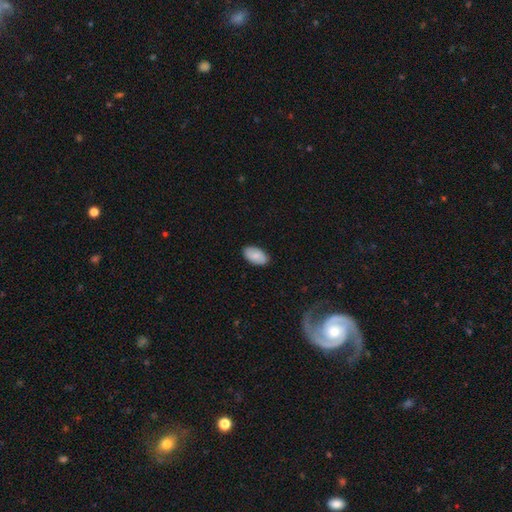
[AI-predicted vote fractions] A smooth galaxy with no disk features (83%) that is in between round and cigar-shaped (95%).

Vote fractions:
- Smooth or featured? smooth: 83% / featured or disk: 11% / star or artifact: 6%
- How rounded? in between: 95% / round: 3% / cigar-shaped: 2%
- Merging? none: 87% / minor disturbance: 10% / major disturbance: 2% / merger: 1%